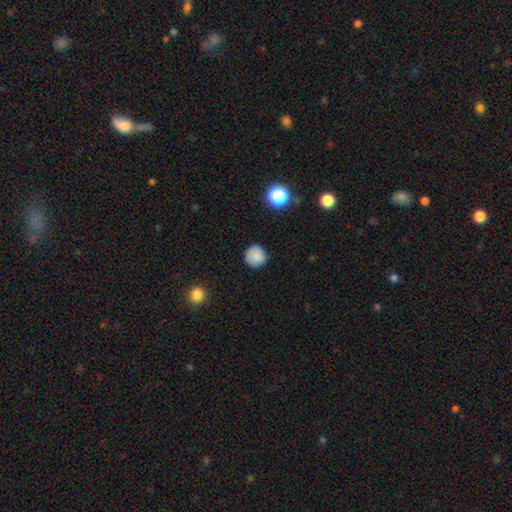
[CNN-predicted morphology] Q: Smooth or featured?
A: smooth (85%); runner-up: star or artifact (10%)
Q: How rounded?
A: round (94%); runner-up: in between (5%)
Q: Merging?
A: none (86%); runner-up: minor disturbance (10%)